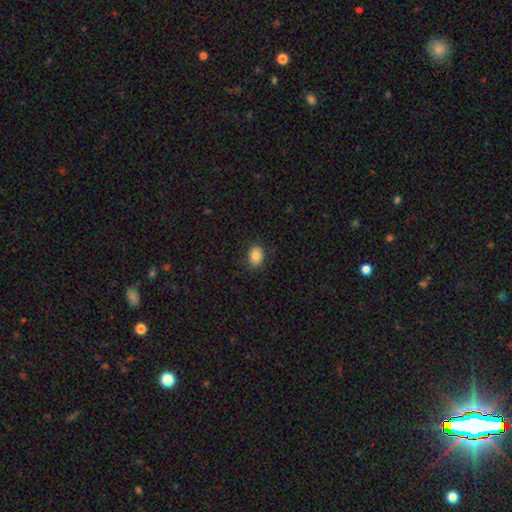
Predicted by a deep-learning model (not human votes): Smooth or featured?
  - smooth: 83% *
  - star or artifact: 9%
  - featured or disk: 8%
How rounded?
  - in between: 73% *
  - round: 26%
  - cigar-shaped: 1%
Merging?
  - none: 86% *
  - minor disturbance: 10%
  - major disturbance: 3%
  - merger: 1%